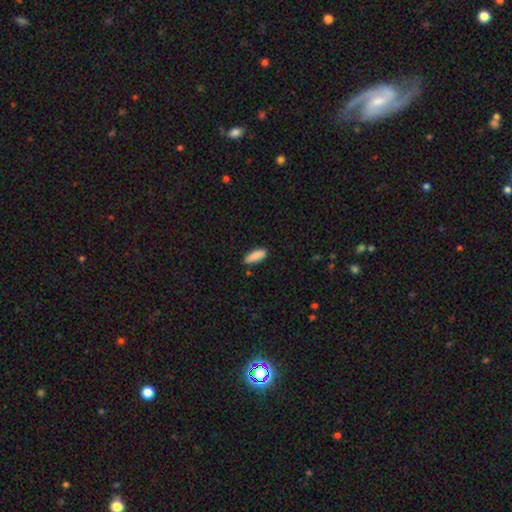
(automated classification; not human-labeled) A smooth galaxy with no disk features (89%) that is in between round and cigar-shaped (65%). Merging: none (84%).